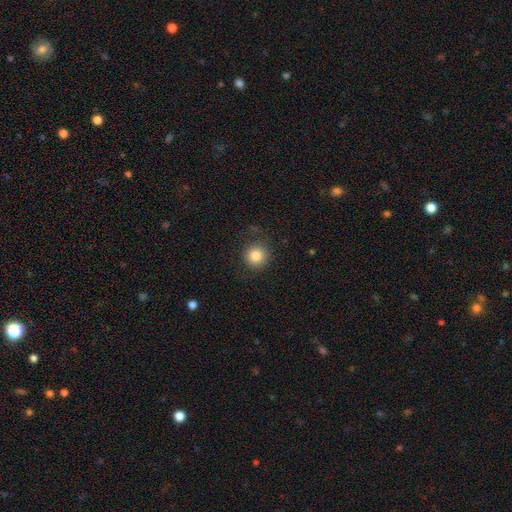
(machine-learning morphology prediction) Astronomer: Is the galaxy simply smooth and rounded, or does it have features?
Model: smooth — 84%.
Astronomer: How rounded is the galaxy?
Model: round — 93%.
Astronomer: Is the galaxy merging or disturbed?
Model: none — 86%.